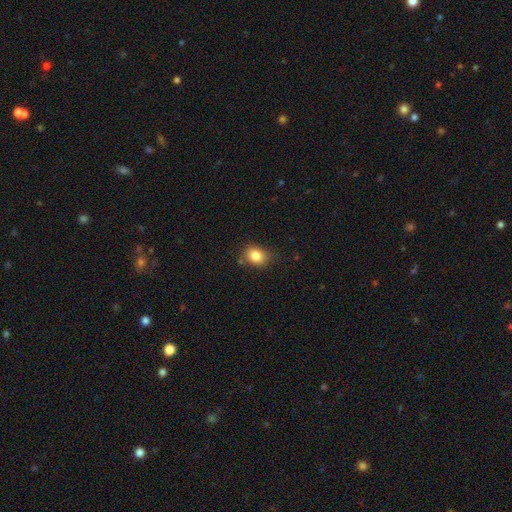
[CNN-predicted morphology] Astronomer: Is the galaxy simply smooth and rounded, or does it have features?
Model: smooth — 83%.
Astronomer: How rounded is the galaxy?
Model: in between — 53% (runner-up: round, 46%).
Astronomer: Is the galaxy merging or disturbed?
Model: none — 72%.